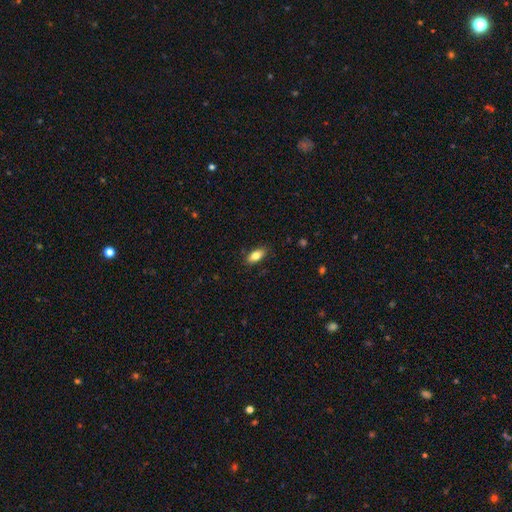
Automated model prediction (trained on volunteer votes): A smooth galaxy with no disk features (81%) that is in between round and cigar-shaped (87%).

Vote fractions:
- Smooth or featured? smooth: 81% / featured or disk: 12% / star or artifact: 7%
- How rounded? in between: 87% / cigar-shaped: 10% / round: 3%
- Merging? none: 86% / minor disturbance: 11% / major disturbance: 2% / merger: 1%